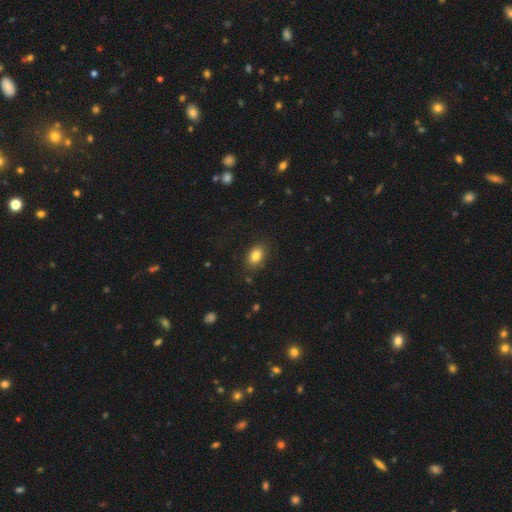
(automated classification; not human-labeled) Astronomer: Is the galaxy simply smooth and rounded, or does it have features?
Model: smooth — 84%.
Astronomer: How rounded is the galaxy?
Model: in between — 79%.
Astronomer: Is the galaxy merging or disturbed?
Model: none — 85%.